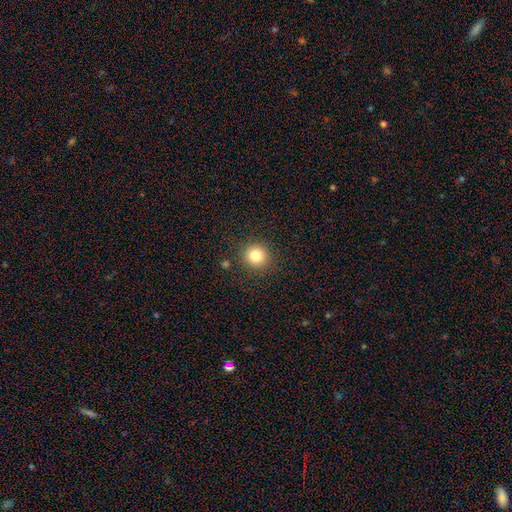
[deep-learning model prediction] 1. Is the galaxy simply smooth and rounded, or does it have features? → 81% smooth, 12% star or artifact, 7% featured or disk.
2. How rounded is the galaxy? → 93% round, 6% in between, 1% cigar-shaped.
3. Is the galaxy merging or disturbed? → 89% none, 7% minor disturbance, 3% major disturbance, 2% merger.